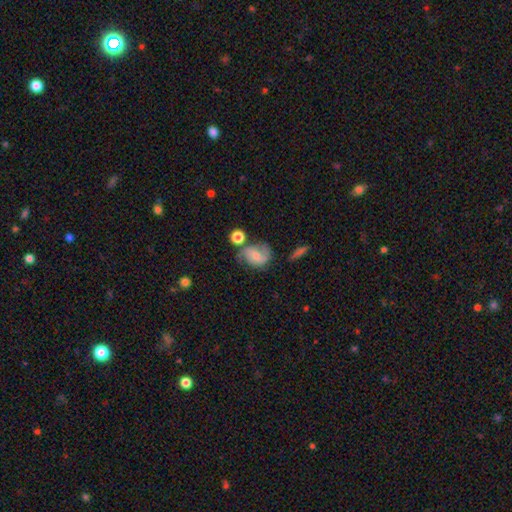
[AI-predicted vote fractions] A featured or disk galaxy (47%). Merging: none (45%).